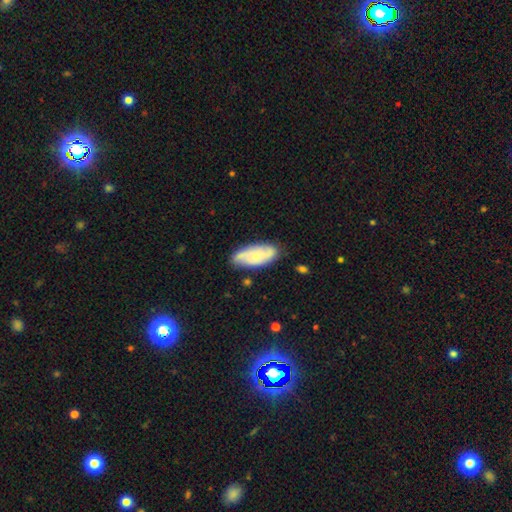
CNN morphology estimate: smooth-or-featured: featured or disk: 52% | smooth: 41% | star or artifact: 6%
  disk-edge-on: no: 91% | yes: 9%
  merging: none: 75% | minor disturbance: 19% | major disturbance: 4% | merger: 2%